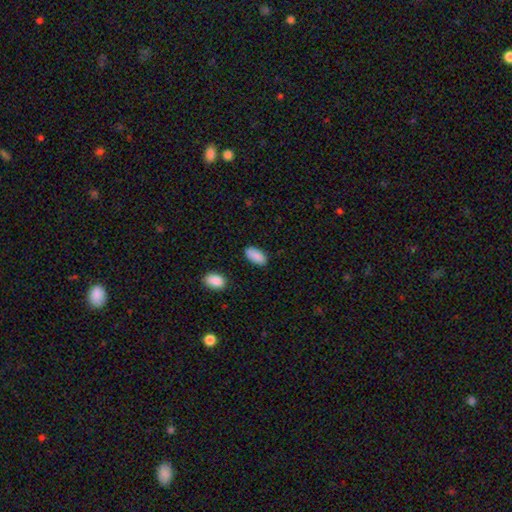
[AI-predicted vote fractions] This appears to be a smooth galaxy with no disk features (90%) that is in between round and cigar-shaped (92%). Merging: none (85%).